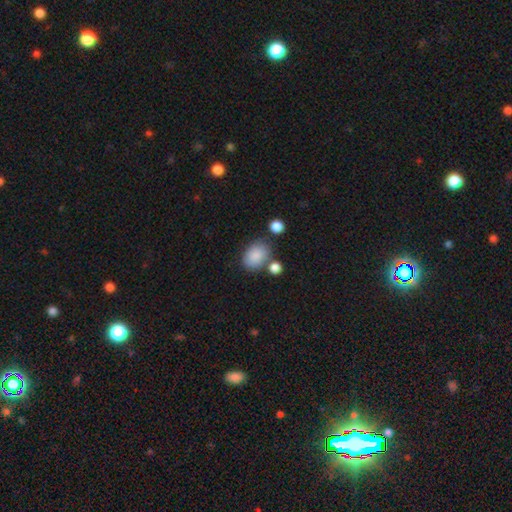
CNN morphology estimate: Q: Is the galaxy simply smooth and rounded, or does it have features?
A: smooth — 87%.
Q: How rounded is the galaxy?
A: in between — 79%.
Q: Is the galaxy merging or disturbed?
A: none — 66%.